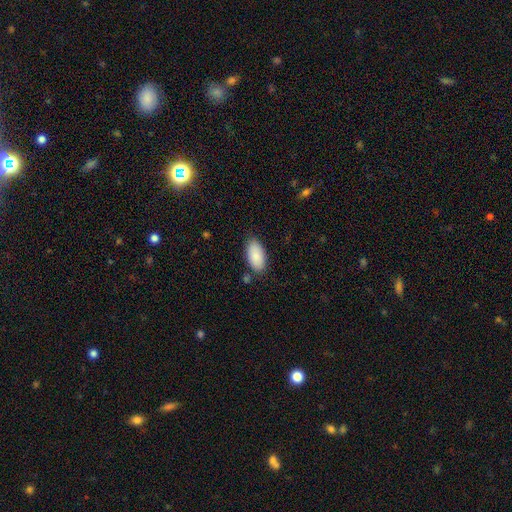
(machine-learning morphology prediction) Overall: smooth (88%). How rounded: in between (94%). Merging: none (81%).